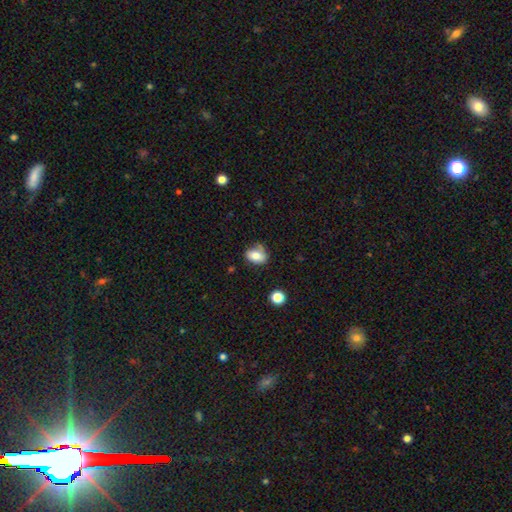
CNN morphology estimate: The model was most divided on "merging": none: 56%, minor disturbance: 27%, major disturbance: 9%, merger: 8%. More confident: how rounded — in between (79%); smooth or featured — smooth (75%).